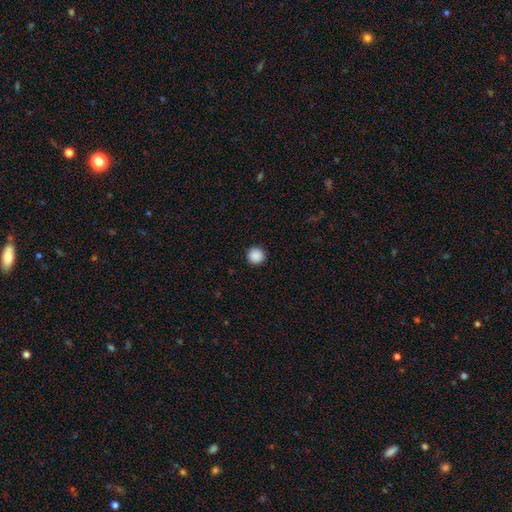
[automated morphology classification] A smooth galaxy with no disk features (89%) that is round (96%).

Vote fractions:
- Smooth or featured? smooth: 89% / star or artifact: 9% / featured or disk: 2%
- How rounded? round: 96% / in between: 3% / cigar-shaped: 1%
- Merging? none: 93% / minor disturbance: 4% / major disturbance: 2% / merger: 1%